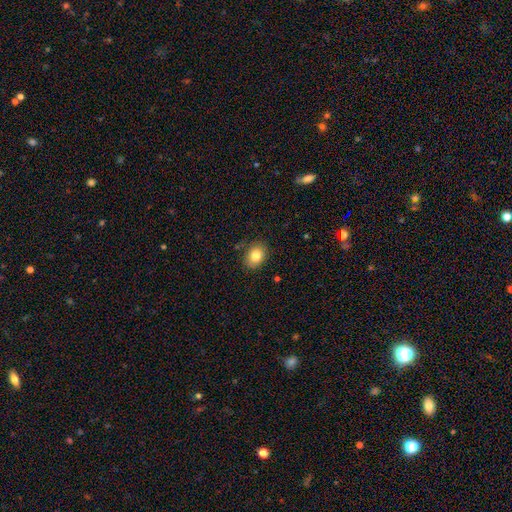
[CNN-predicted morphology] Overall: smooth (83%). How rounded: in between (62%; round 37%). Merging: none (82%).